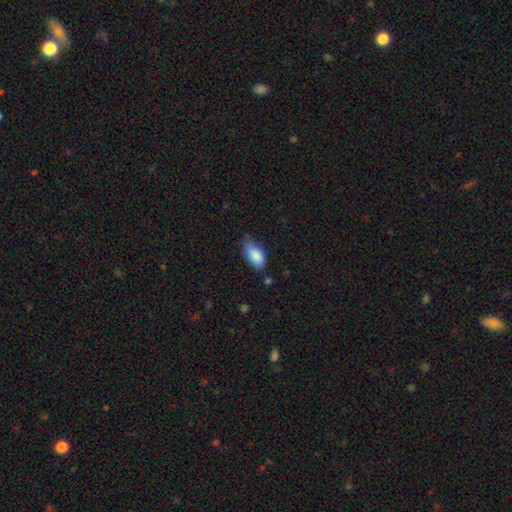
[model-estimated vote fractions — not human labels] smooth_or_featured: smooth (p=0.86) [alt: featured or disk p=0.07]
how_rounded: in between (p=0.91) [alt: cigar-shaped p=0.06]
merging: none (p=0.49) [alt: minor disturbance p=0.40]